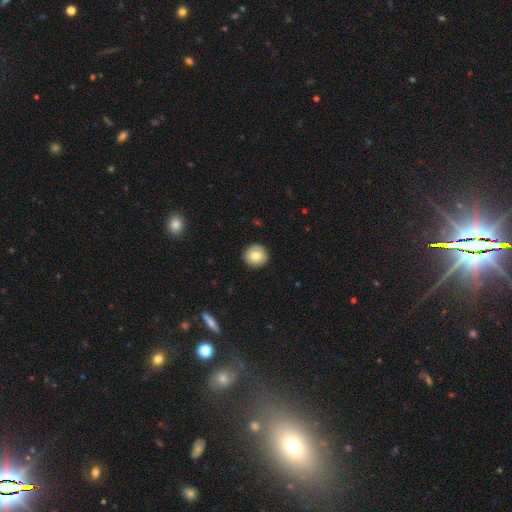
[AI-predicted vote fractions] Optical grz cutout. It shows a smooth galaxy with no disk features (79%) that is round (94%). Merging: none (92%).